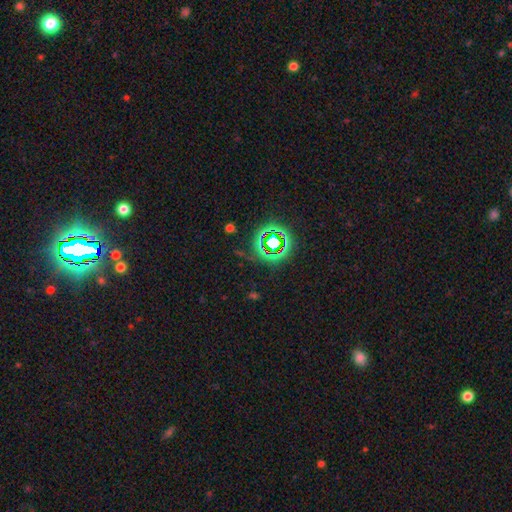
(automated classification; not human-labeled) The model was most divided on "smooth or featured": star or artifact: 69%, smooth: 19%, featured or disk: 11%.